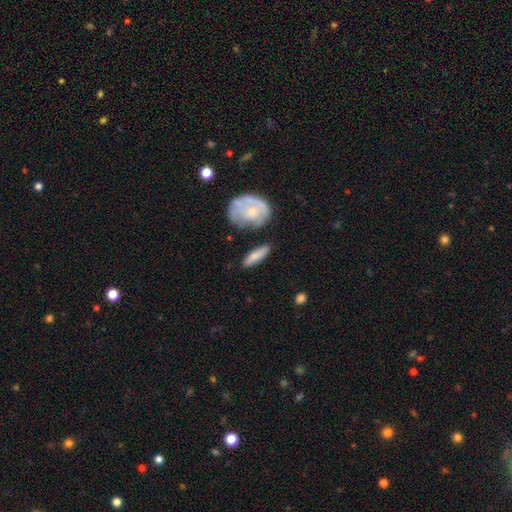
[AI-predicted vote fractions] smooth_or_featured: smooth (p=0.71) [alt: featured or disk p=0.24]
how_rounded: cigar-shaped (p=0.55) [alt: in between p=0.41]
merging: none (p=0.75) [alt: minor disturbance p=0.15]